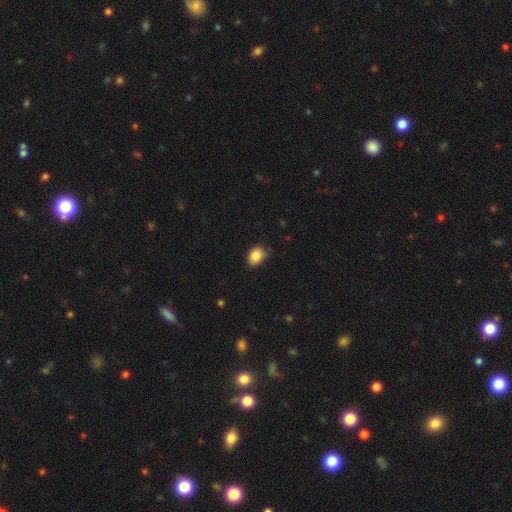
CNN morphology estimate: Smooth or featured?
  - smooth: 86% *
  - star or artifact: 9%
  - featured or disk: 5%
How rounded?
  - in between: 62% *
  - round: 37%
  - cigar-shaped: 1%
Merging?
  - none: 71% *
  - minor disturbance: 24%
  - major disturbance: 4%
  - merger: 1%